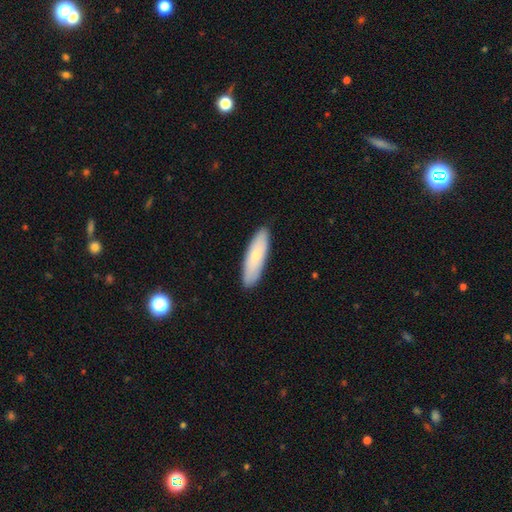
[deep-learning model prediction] smooth_or_featured: smooth (p=0.72) [alt: featured or disk p=0.22]
how_rounded: cigar-shaped (p=0.58) [alt: in between p=0.40]
merging: none (p=0.89) [alt: minor disturbance p=0.09]